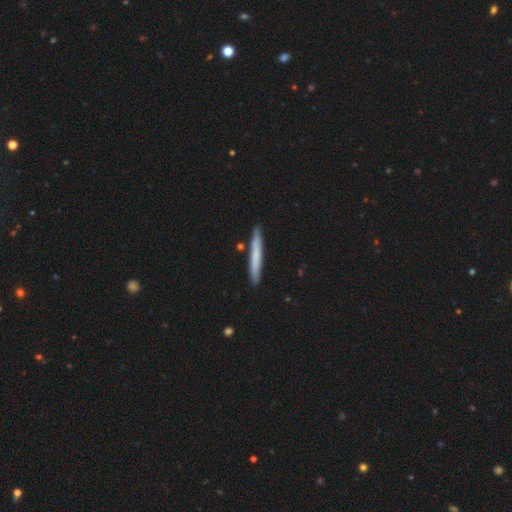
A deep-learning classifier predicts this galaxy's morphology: This is likely a smooth galaxy (68%). How rounded: clearly cigar-shaped (97%). Merging: clearly none (88%).